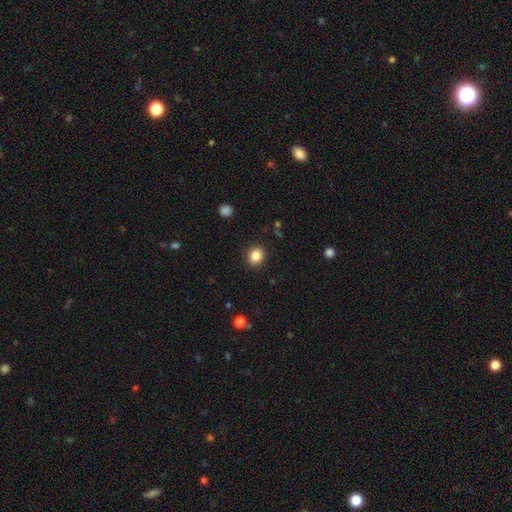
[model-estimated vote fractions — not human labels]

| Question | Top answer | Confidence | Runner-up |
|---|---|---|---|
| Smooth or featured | smooth | 85% | star or artifact (11%) |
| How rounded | round | 79% | in between (20%) |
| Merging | none | 90% | minor disturbance (6%) |